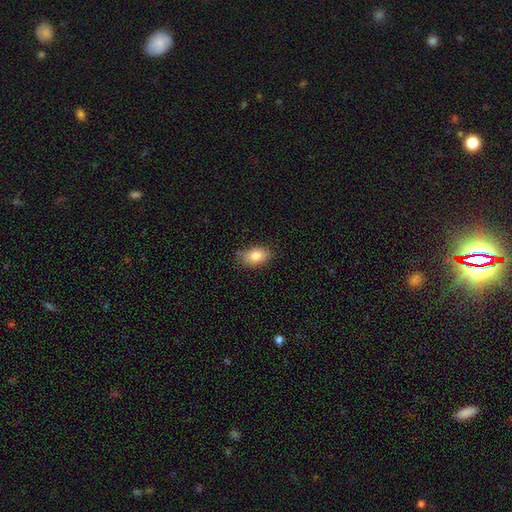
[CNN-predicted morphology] Overall: smooth (84%). How rounded: in between (88%). Merging: none (77%).